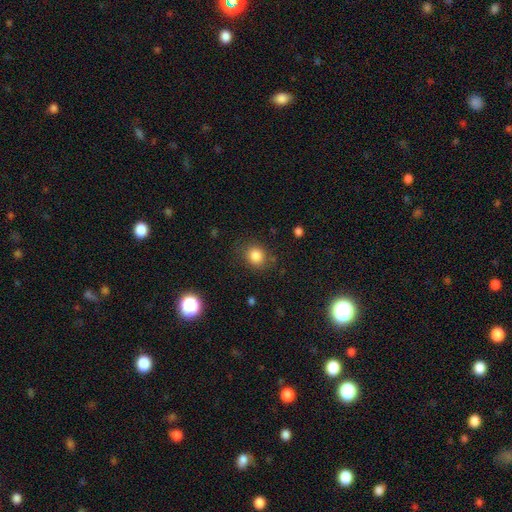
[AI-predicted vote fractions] A smooth galaxy with no disk features (83%) that is round (71%).

Vote fractions:
- Smooth or featured? smooth: 83% / star or artifact: 11% / featured or disk: 5%
- How rounded? round: 71% / in between: 28% / cigar-shaped: 1%
- Merging? none: 80% / minor disturbance: 13% / major disturbance: 5% / merger: 2%